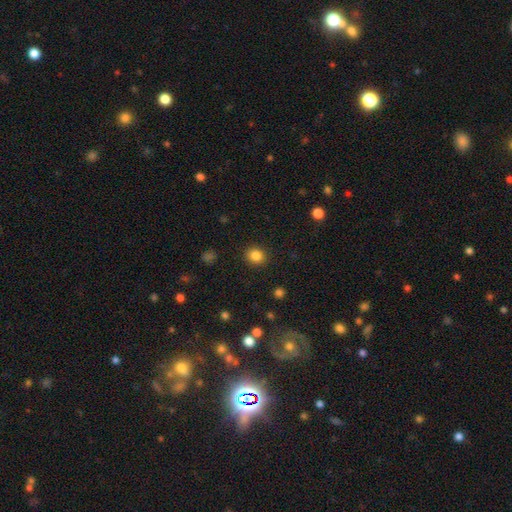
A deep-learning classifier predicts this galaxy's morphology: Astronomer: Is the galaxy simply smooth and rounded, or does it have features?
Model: smooth — 84%.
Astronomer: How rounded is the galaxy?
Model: round — 81%.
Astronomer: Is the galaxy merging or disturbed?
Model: none — 91%.